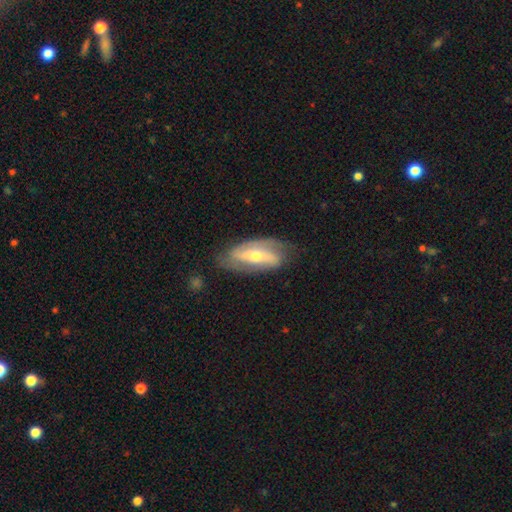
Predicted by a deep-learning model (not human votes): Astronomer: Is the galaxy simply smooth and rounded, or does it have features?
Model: featured or disk — 75%.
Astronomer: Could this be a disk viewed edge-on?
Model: no — 87%.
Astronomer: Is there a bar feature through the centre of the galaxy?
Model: strong — 48% (runner-up: weak, 28%).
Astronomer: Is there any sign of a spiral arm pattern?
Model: yes — 84%.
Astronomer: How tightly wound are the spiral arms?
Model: medium — 38% (runner-up: tight, 32%).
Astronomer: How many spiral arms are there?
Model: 2 — 80%.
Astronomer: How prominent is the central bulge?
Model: moderate — 52% (runner-up: small, 44%).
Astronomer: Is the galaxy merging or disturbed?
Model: none — 73%.